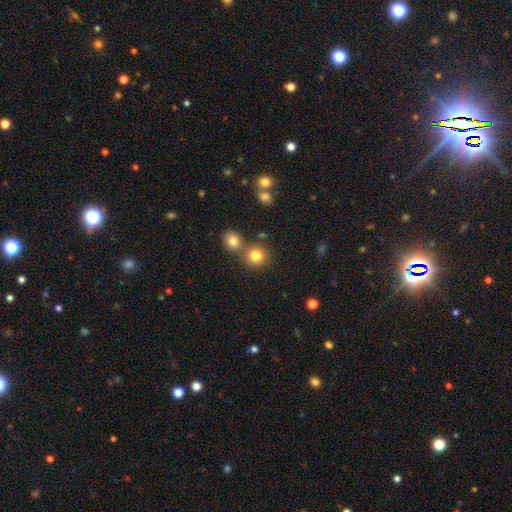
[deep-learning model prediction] This appears to be a smooth galaxy with no disk features (80%) that is round (88%). Merging: none (66%).